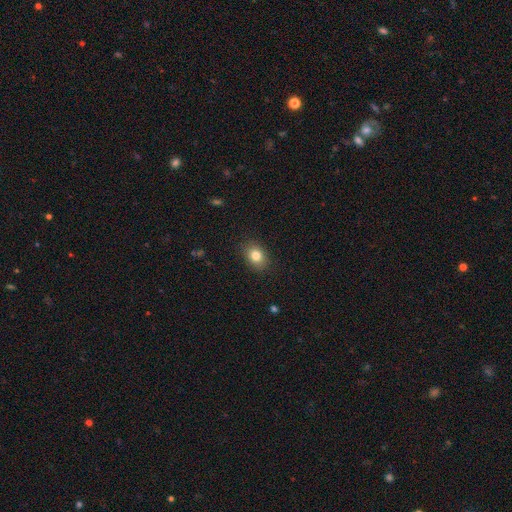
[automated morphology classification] type=smooth (82%); roundness=in between (62%); merging=none (88%).